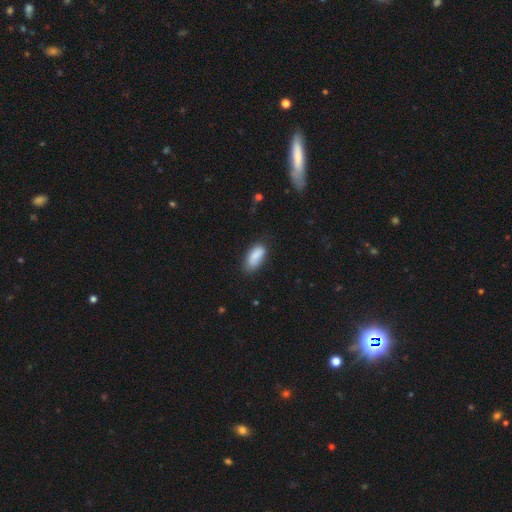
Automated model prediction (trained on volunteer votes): smooth_or_featured: smooth (p=0.87) [alt: star or artifact p=0.07]
how_rounded: in between (p=0.88) [alt: cigar-shaped p=0.10]
merging: none (p=0.69) [alt: minor disturbance p=0.23]